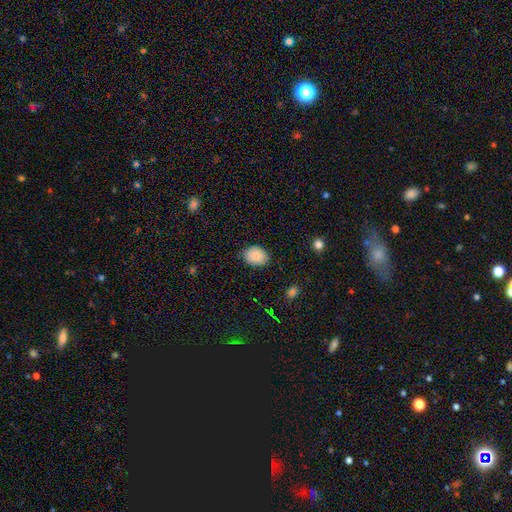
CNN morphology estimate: Smooth or featured: smooth — 89% (star or artifact — 7%)
How rounded: in between — 71% (round — 28%)
Merging: none — 83% (minor disturbance — 13%)